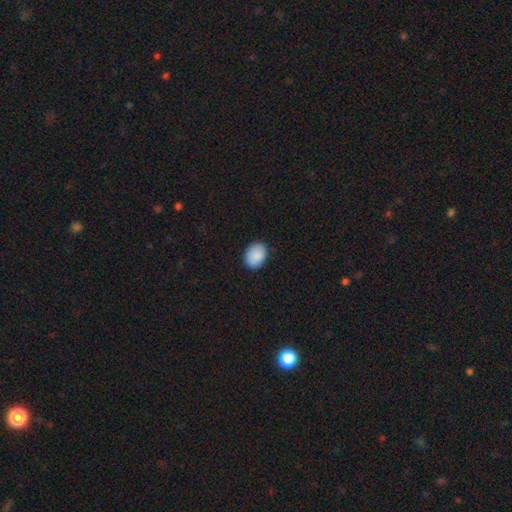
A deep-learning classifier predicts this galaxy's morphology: Q: Smooth or featured?
A: smooth (90%); runner-up: star or artifact (7%)
Q: How rounded?
A: in between (74%); runner-up: round (25%)
Q: Merging?
A: none (87%); runner-up: minor disturbance (10%)